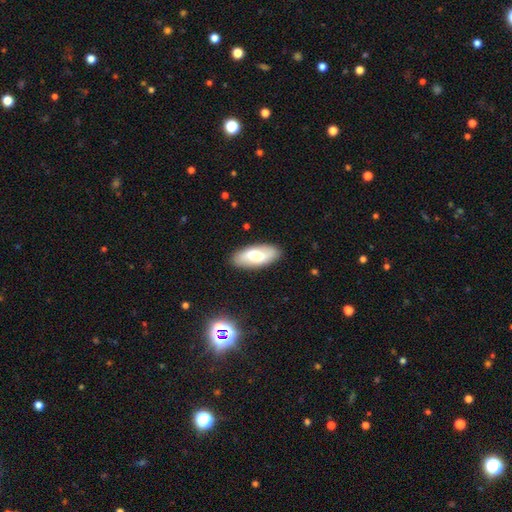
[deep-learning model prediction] smooth 58%, featured or disk 36%, star or artifact 6%. Down the decision tree: how rounded — in between (87%); merging — none (88%).